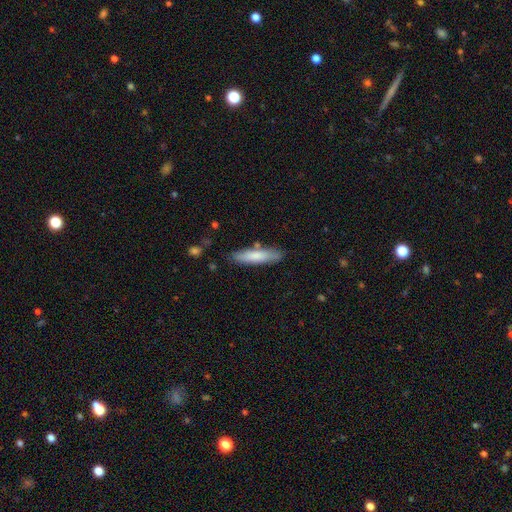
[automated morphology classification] Overall: smooth (77%). How rounded: cigar-shaped (78%). Merging: none (81%).